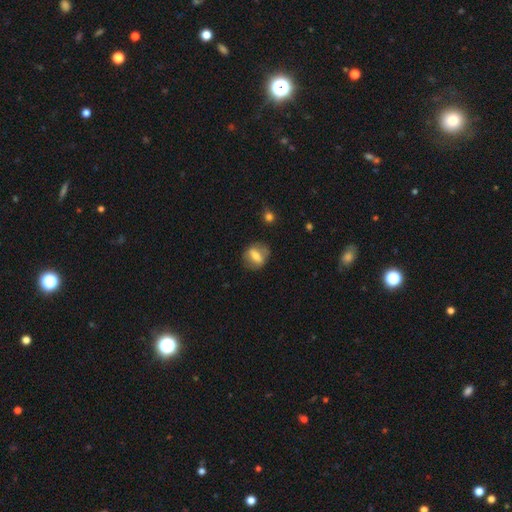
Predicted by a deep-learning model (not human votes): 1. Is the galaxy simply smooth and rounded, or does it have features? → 55% smooth, 37% featured or disk, 8% star or artifact.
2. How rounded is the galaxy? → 52% in between, 41% round, 7% cigar-shaped.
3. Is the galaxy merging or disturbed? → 78% none, 14% minor disturbance, 6% major disturbance, 2% merger.